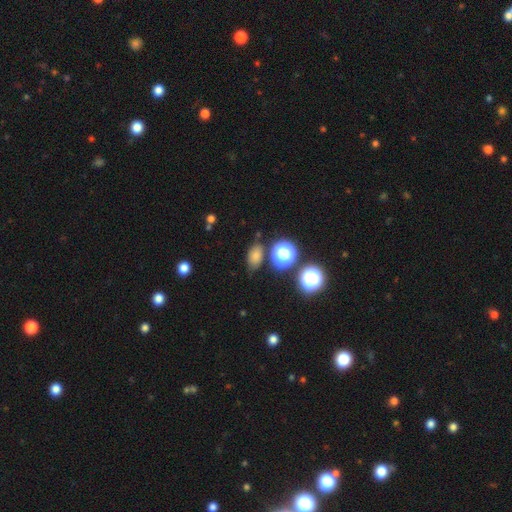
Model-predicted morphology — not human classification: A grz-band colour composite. It shows a smooth galaxy with no disk features (71%) that is in between round and cigar-shaped (79%). Merging: none (75%).